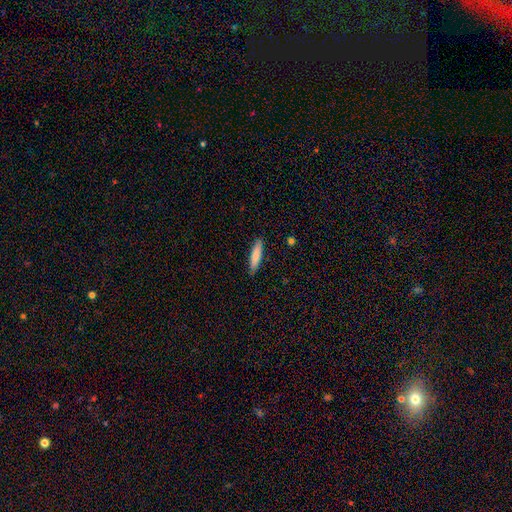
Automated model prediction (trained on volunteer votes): A smooth galaxy with no disk features (80%) that is cigar-shaped (79%).

Vote fractions:
- Smooth or featured? smooth: 80% / featured or disk: 15% / star or artifact: 5%
- How rounded? cigar-shaped: 79% / in between: 19% / round: 1%
- Merging? none: 88% / minor disturbance: 9% / major disturbance: 2% / merger: 1%